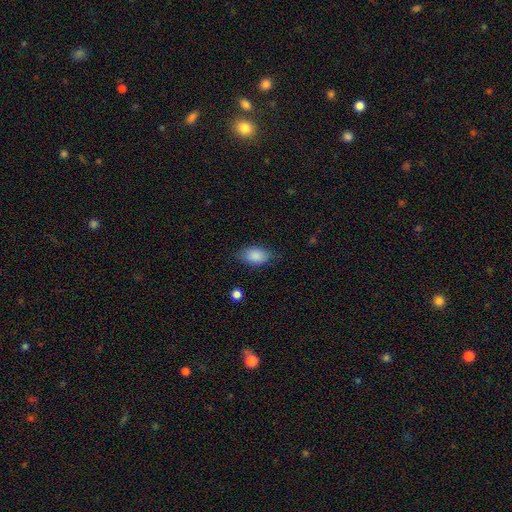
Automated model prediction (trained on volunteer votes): Morphology: type=smooth (86%); roundness=in between (87%); merging=none (73%).